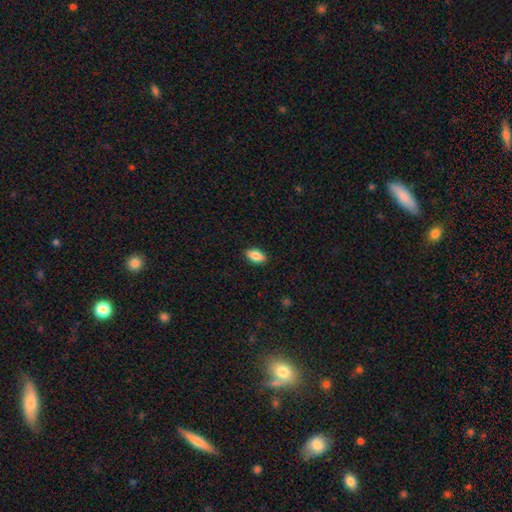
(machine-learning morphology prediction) Smooth or featured? Predicted: smooth (p=0.85). How rounded? Predicted: in between (p=0.90). Merging? Predicted: none (p=0.89).